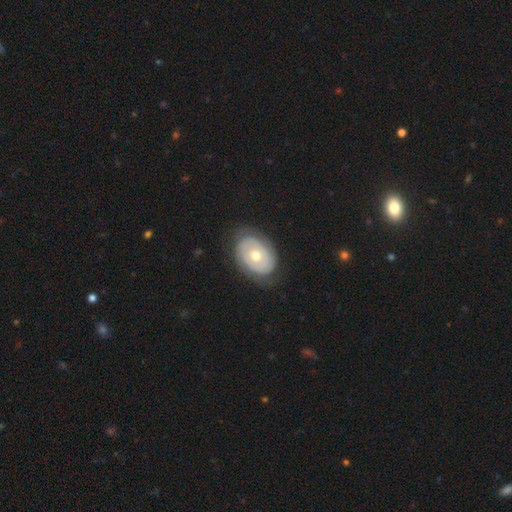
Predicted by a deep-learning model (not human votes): Q: Smooth or featured?
A: featured or disk (61%); runner-up: smooth (33%)
Q: Edge-on disk?
A: no (95%); runner-up: yes (5%)
Q: Bar?
A: no (87%); runner-up: weak (10%)
Q: Spiral arms?
A: no (52%); runner-up: yes (48%)
Q: Bulge size?
A: moderate (75%); runner-up: small (19%)
Q: Merging?
A: none (77%); runner-up: minor disturbance (16%)